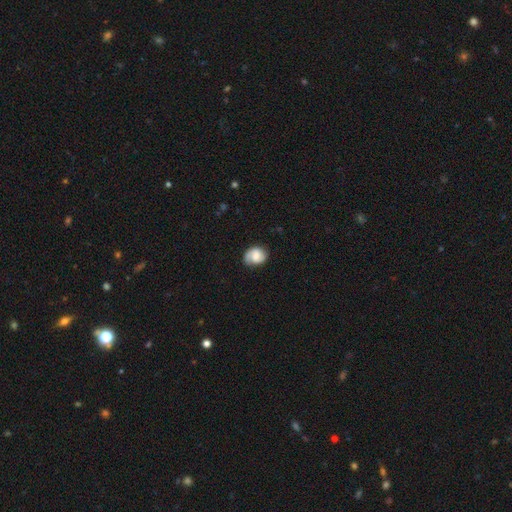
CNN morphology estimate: A smooth galaxy with no disk features (50%).

Vote fractions:
- Smooth or featured? smooth: 50% / featured or disk: 42% / star or artifact: 8%
- Merging? none: 68% / minor disturbance: 23% / major disturbance: 7% / merger: 1%